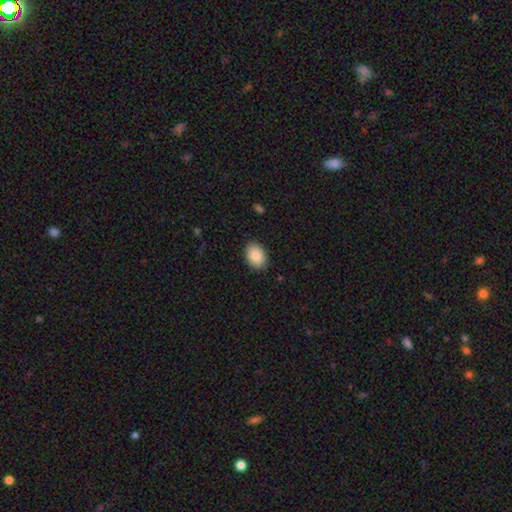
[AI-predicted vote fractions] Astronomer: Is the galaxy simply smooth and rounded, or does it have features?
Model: smooth — 86%.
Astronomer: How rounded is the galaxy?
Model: in between — 76%.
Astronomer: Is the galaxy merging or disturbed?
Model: none — 88%.